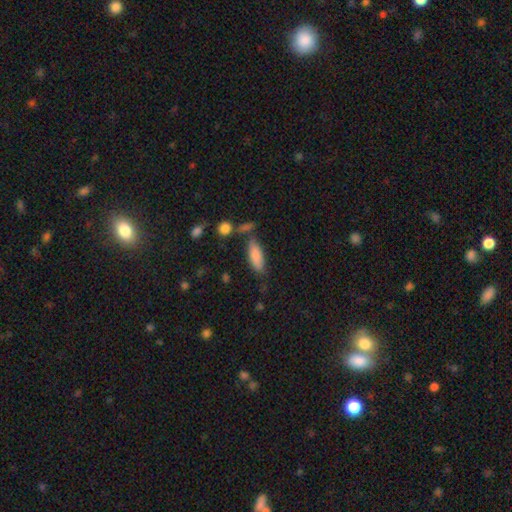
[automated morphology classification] Q: Smooth or featured?
A: smooth (83%); runner-up: featured or disk (10%)
Q: How rounded?
A: in between (65%); runner-up: cigar-shaped (33%)
Q: Merging?
A: none (68%); runner-up: minor disturbance (17%)